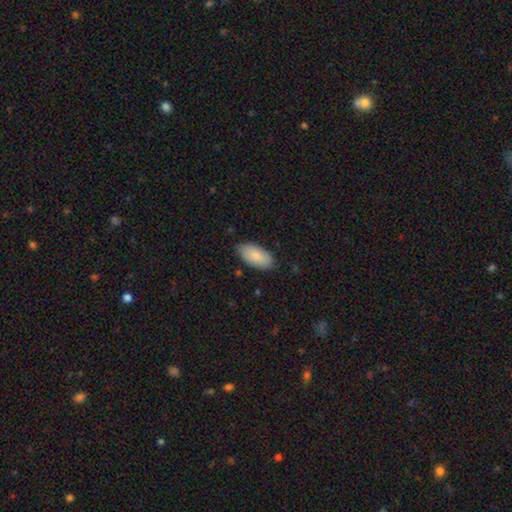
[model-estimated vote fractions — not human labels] A smooth galaxy with no disk features (83%) that is in between round and cigar-shaped (95%).

Vote fractions:
- Smooth or featured? smooth: 83% / featured or disk: 11% / star or artifact: 6%
- How rounded? in between: 95% / cigar-shaped: 3% / round: 2%
- Merging? none: 82% / minor disturbance: 15% / major disturbance: 3% / merger: 1%